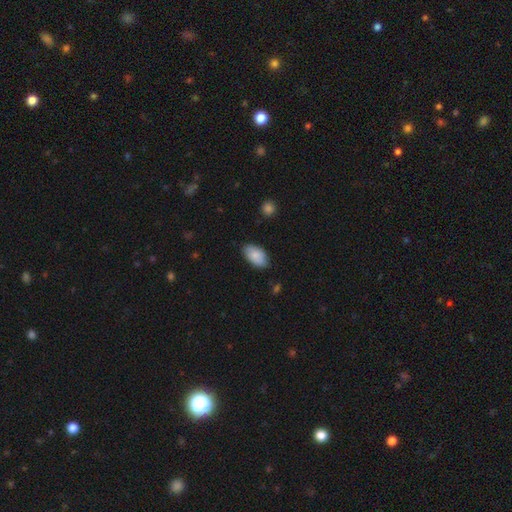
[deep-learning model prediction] A smooth galaxy with no disk features (85%) that is in between round and cigar-shaped (94%).

Vote fractions:
- Smooth or featured? smooth: 85% / featured or disk: 9% / star or artifact: 6%
- How rounded? in between: 94% / round: 4% / cigar-shaped: 2%
- Merging? none: 81% / minor disturbance: 15% / major disturbance: 3% / merger: 1%